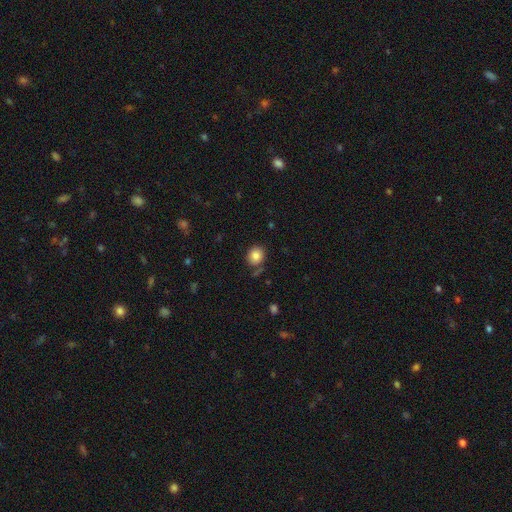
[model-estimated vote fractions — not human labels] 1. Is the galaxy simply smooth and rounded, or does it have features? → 83% smooth, 10% star or artifact, 7% featured or disk.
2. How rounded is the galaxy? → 77% round, 22% in between, 1% cigar-shaped.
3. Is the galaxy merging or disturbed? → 77% none, 13% minor disturbance, 6% merger, 4% major disturbance.